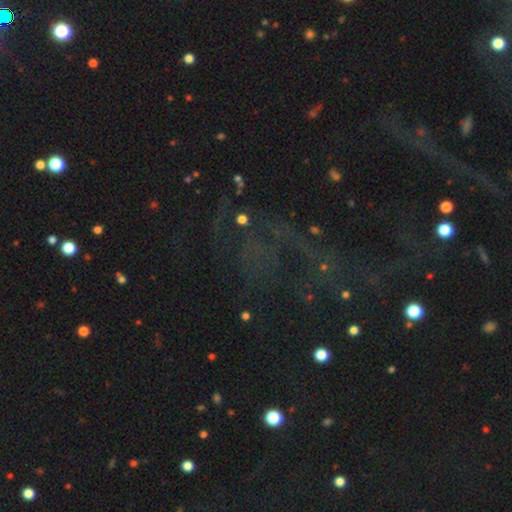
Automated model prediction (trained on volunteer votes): smooth-or-featured: star or artifact: 69% | smooth: 16% | featured or disk: 15%